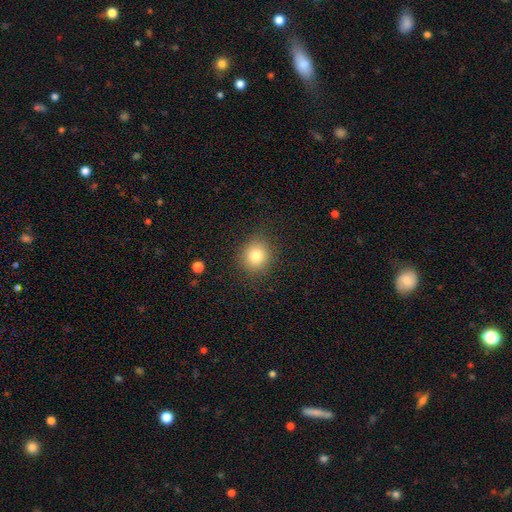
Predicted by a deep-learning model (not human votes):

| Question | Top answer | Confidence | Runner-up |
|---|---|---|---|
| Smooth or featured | smooth | 79% | star or artifact (12%) |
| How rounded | round | 83% | in between (16%) |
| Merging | none | 87% | minor disturbance (9%) |